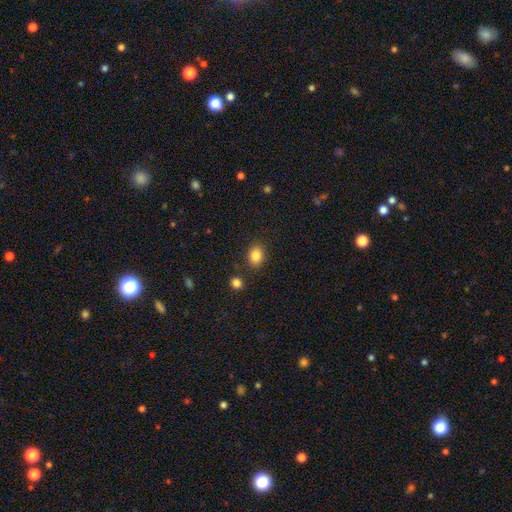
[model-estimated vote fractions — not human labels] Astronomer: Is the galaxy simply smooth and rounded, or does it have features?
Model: smooth — 85%.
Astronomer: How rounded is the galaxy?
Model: in between — 54% (runner-up: round, 45%).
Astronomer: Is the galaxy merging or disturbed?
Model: none — 83%.